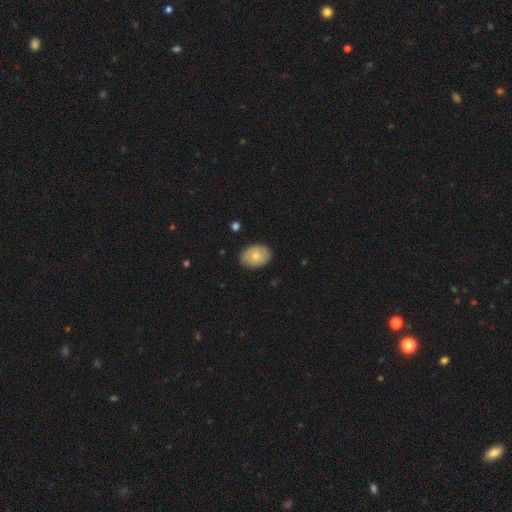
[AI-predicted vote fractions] A smooth galaxy with no disk features (66%) that is in between round and cigar-shaped (72%). Merging: none (84%).